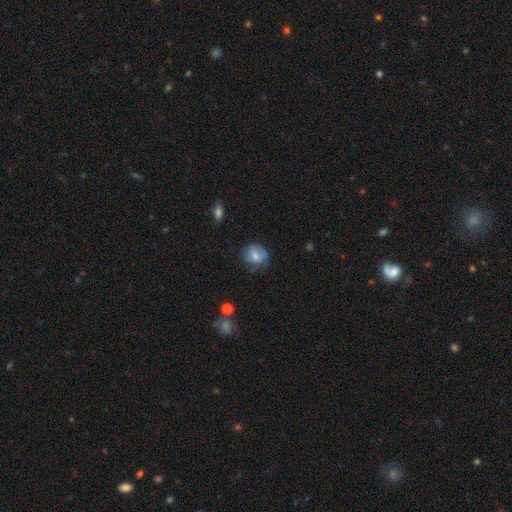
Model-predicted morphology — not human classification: Smooth or featured: smooth — 67% (featured or disk — 24%)
How rounded: round — 71% (in between — 28%)
Merging: none — 58% (minor disturbance — 29%)